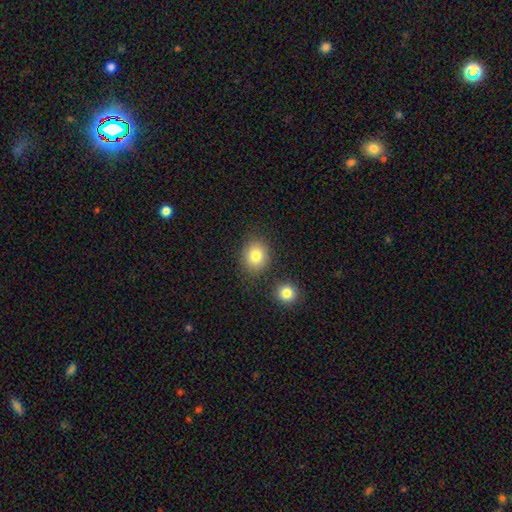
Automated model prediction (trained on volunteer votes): smooth 82%, star or artifact 10%, featured or disk 8%. Down the decision tree: how rounded — round (61%); merging — none (79%).